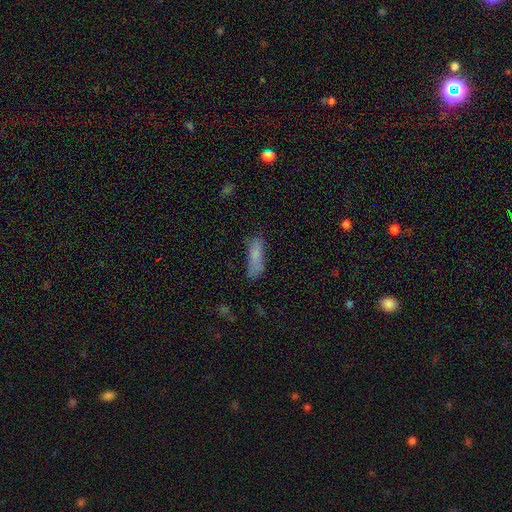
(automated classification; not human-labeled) Smooth or featured: smooth — 78% (featured or disk — 13%)
How rounded: cigar-shaped — 49% (tied with in between — 49%)
Merging: none — 58% (minor disturbance — 28%)